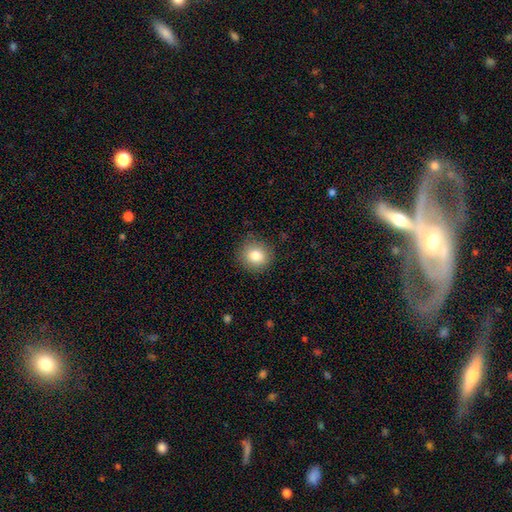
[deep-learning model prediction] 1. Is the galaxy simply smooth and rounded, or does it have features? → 81% smooth, 10% star or artifact, 8% featured or disk.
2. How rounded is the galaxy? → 89% round, 10% in between, 1% cigar-shaped.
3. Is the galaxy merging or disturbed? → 85% none, 11% minor disturbance, 3% major disturbance, 1% merger.